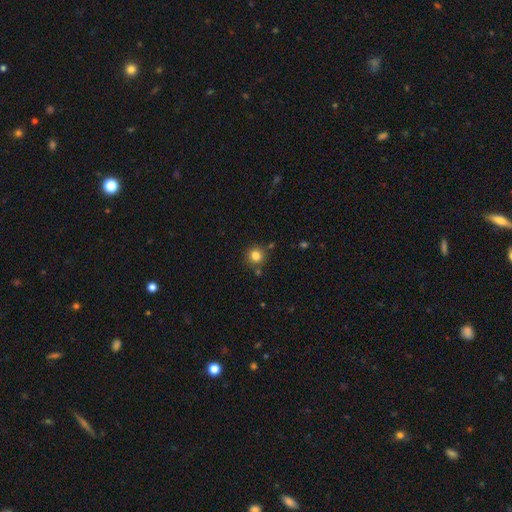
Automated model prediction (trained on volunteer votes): Smooth or featured? Predicted: smooth (p=0.82). How rounded? Predicted: round (p=0.93). Merging? Predicted: none (p=0.82).